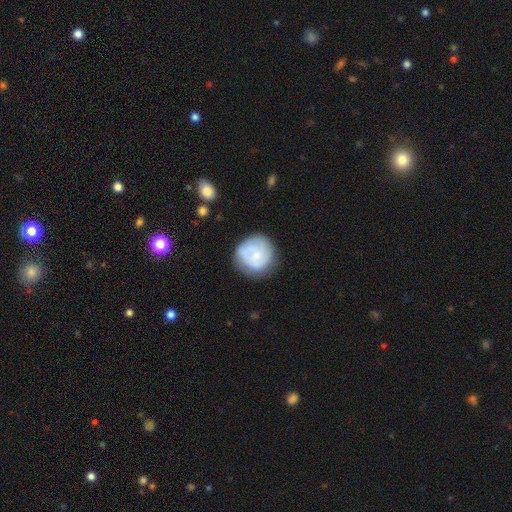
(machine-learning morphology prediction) type=smooth (49%); merging=none (69%).